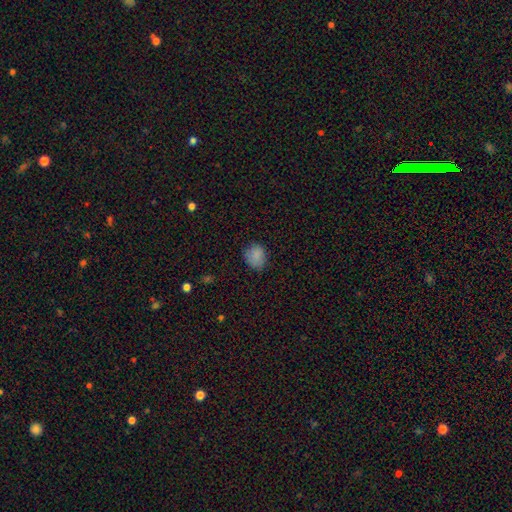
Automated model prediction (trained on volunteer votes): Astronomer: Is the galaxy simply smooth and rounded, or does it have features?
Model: smooth — 85%.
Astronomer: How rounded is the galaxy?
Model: round — 60% (runner-up: in between, 39%).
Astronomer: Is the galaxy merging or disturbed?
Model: none — 79%.